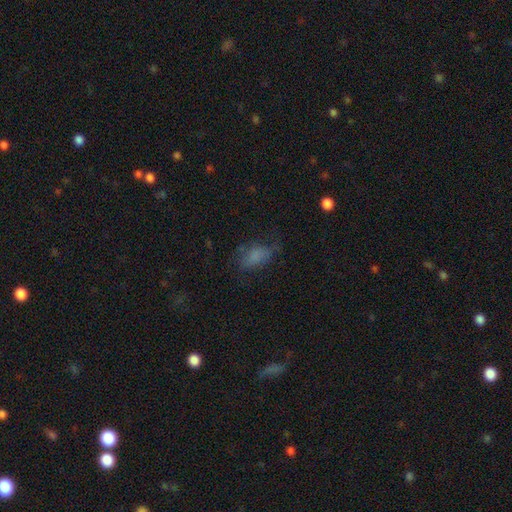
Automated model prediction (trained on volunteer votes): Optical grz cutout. It shows a smooth galaxy with no disk features (71%) that is in between round and cigar-shaped (86%). Merging: none (49%).